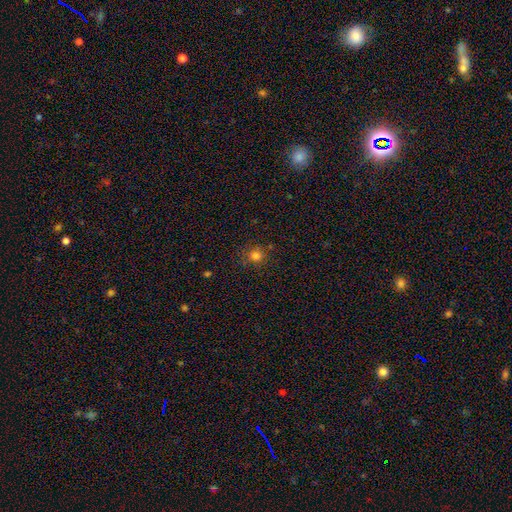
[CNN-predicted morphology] This appears to be a smooth galaxy with no disk features (79%) that is round (90%). Merging: none (84%).